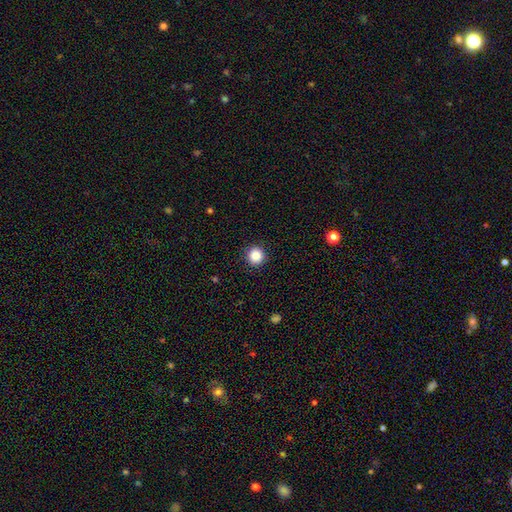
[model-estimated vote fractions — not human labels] smooth_or_featured: smooth (p=0.86) [alt: star or artifact p=0.10]
how_rounded: round (p=0.93) [alt: in between p=0.06]
merging: none (p=0.91) [alt: minor disturbance p=0.06]